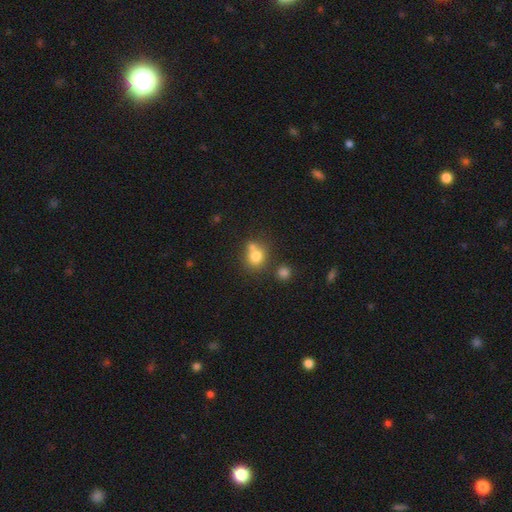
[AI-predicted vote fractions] Overall: smooth (76%). How rounded: round (78%). Merging: none (49%; merger 37%).